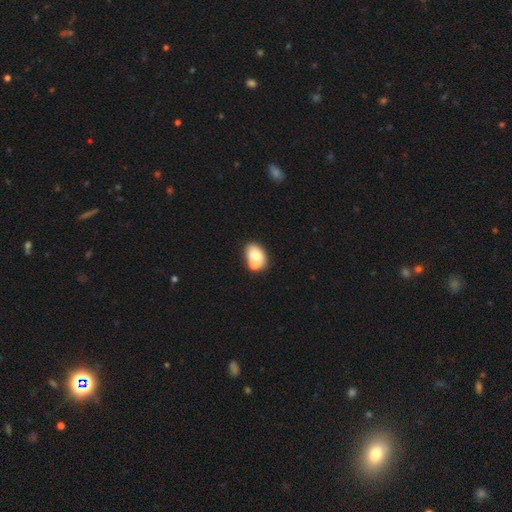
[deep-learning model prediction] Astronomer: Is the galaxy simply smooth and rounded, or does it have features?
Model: smooth — 71%.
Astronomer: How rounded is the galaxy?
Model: in between — 75%.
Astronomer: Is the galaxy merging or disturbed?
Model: none — 45% (runner-up: merger, 39%).